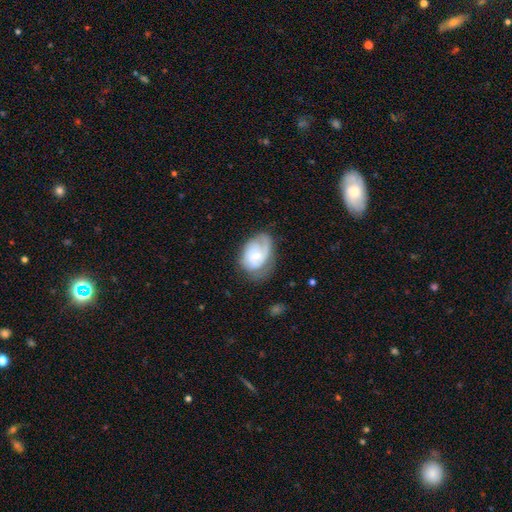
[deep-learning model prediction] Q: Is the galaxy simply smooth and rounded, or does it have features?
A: featured or disk — 60%.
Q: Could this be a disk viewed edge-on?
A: no — 97%.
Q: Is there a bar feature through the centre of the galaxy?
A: no — 70%.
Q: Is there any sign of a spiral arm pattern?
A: yes — 82%.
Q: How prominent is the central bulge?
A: small — 61%.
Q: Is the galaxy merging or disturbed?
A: none — 52%.